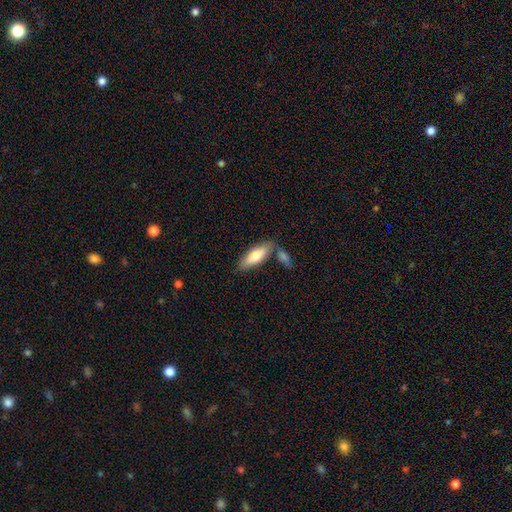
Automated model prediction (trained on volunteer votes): smooth-or-featured: smooth: 73% | featured or disk: 22% | star or artifact: 5%
  how-rounded: in between: 70% | cigar-shaped: 28% | round: 2%
  merging: none: 61% | merger: 21% | minor disturbance: 14% | major disturbance: 4%